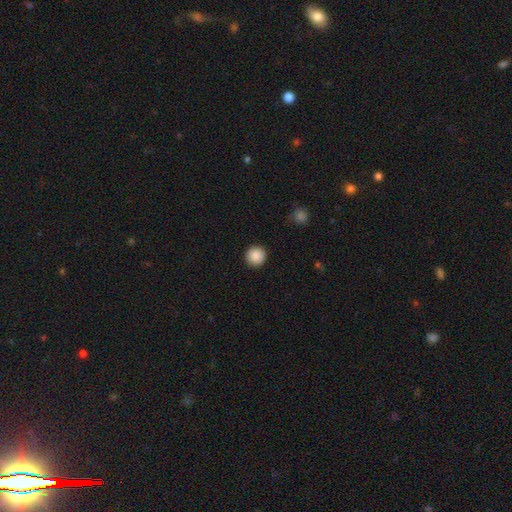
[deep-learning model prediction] Q: Smooth or featured?
A: smooth (89%); runner-up: star or artifact (9%)
Q: How rounded?
A: round (95%); runner-up: in between (4%)
Q: Merging?
A: none (92%); runner-up: minor disturbance (5%)